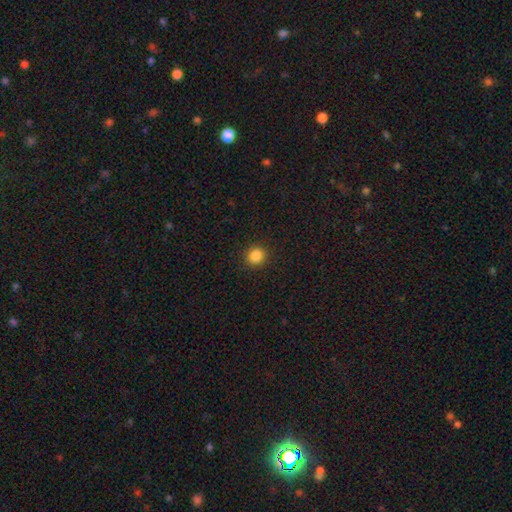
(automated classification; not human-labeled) The model was most divided on "smooth or featured": smooth: 85%, star or artifact: 11%, featured or disk: 4%. More confident: merging — none (92%); how rounded — round (87%).